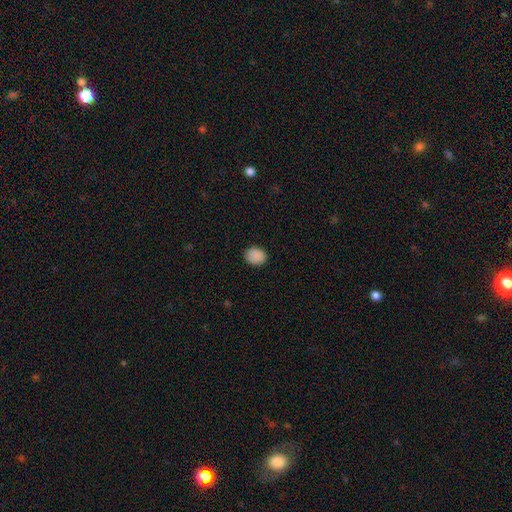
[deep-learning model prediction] smooth 89%, star or artifact 8%, featured or disk 3%. Down the decision tree: how rounded — in between (51%); merging — none (87%).